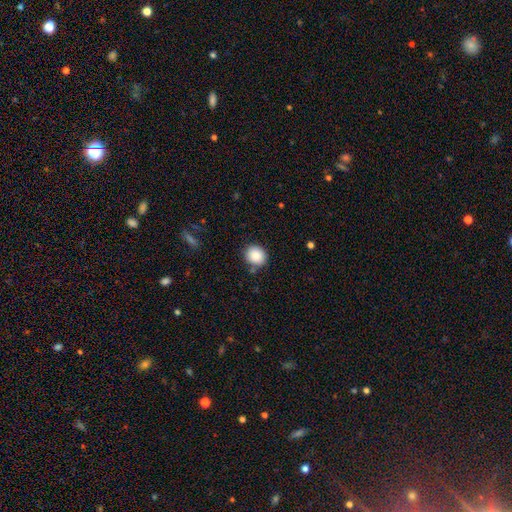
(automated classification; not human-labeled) This appears to be a smooth galaxy with no disk features (87%) that is round (75%). Merging: none (82%).